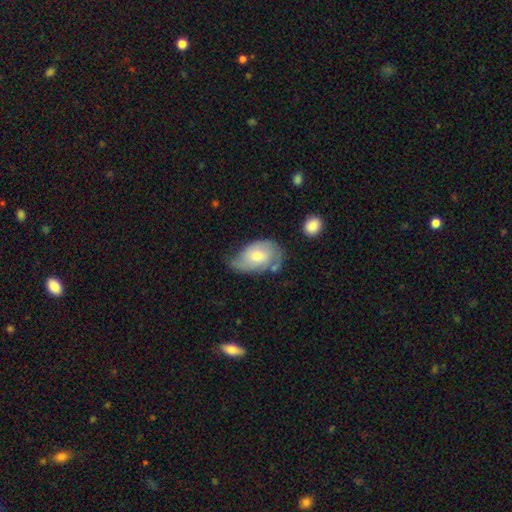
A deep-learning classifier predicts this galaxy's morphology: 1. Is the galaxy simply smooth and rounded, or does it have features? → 52% featured or disk, 41% smooth, 7% star or artifact.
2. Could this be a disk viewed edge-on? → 95% no, 5% yes.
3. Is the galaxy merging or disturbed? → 41% none, 38% minor disturbance, 16% major disturbance, 5% merger.